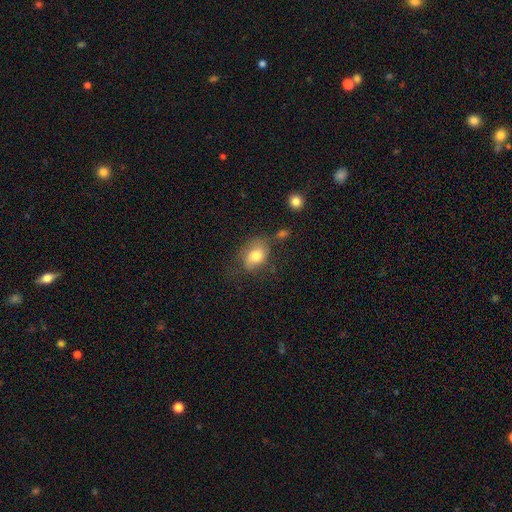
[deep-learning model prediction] smooth 74%, featured or disk 17%, star or artifact 8%. Down the decision tree: how rounded — in between (68%); merging — none (54%).